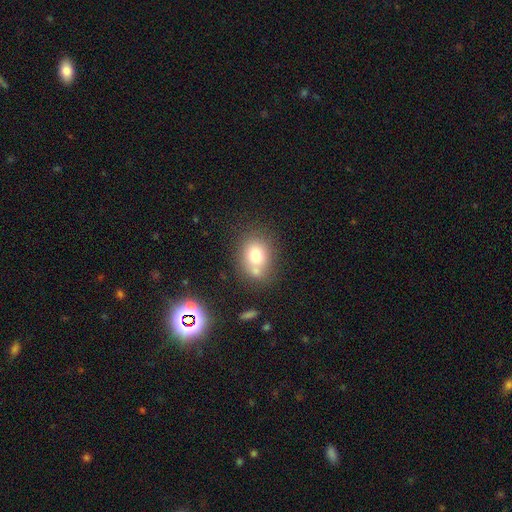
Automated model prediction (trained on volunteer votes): Smooth or featured? Predicted: smooth (p=0.74). How rounded? Predicted: round (p=0.55). Merging? Predicted: none (p=0.56).